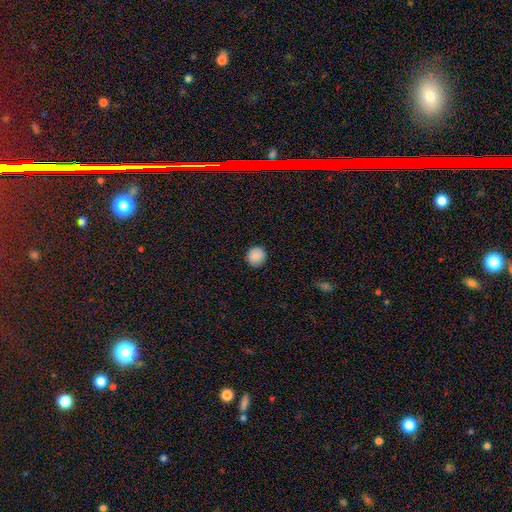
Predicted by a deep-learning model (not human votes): Smooth or featured: smooth — 87% (star or artifact — 8%)
How rounded: round — 92% (in between — 7%)
Merging: none — 90% (minor disturbance — 7%)